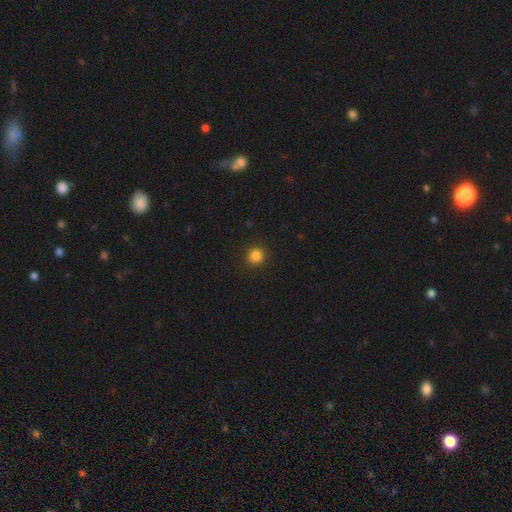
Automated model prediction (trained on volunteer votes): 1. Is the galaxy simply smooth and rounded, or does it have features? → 84% smooth, 12% star or artifact, 4% featured or disk.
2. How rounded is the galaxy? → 94% round, 5% in between, 1% cigar-shaped.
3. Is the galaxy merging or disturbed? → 93% none, 5% minor disturbance, 2% major disturbance, 1% merger.